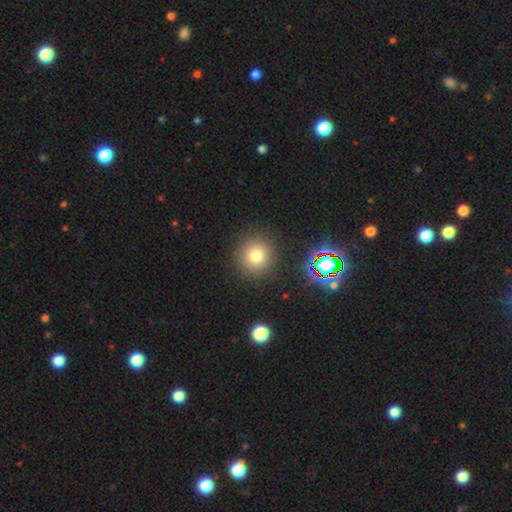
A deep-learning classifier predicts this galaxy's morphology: The model was most divided on "smooth or featured": smooth: 75%, star or artifact: 17%, featured or disk: 8%. More confident: how rounded — round (93%); merging — none (89%).